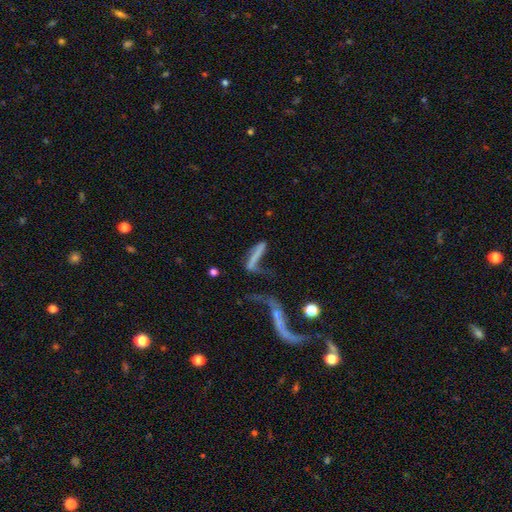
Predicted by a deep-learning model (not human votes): This is marginally a smooth galaxy (44%). Merging: marginally major disturbance (39%).